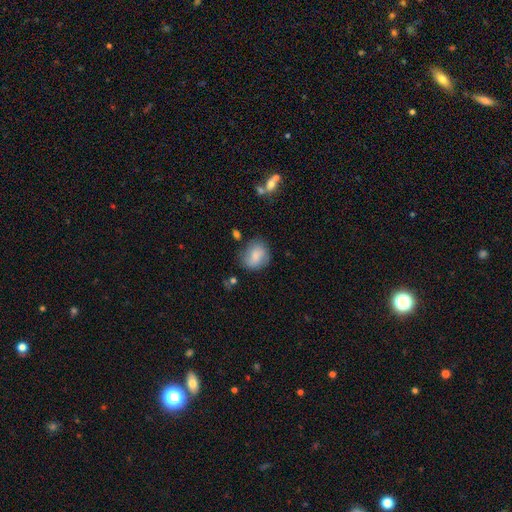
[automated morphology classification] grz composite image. It shows a smooth galaxy with no disk features (76%) that is round (61%). Merging: none (68%).